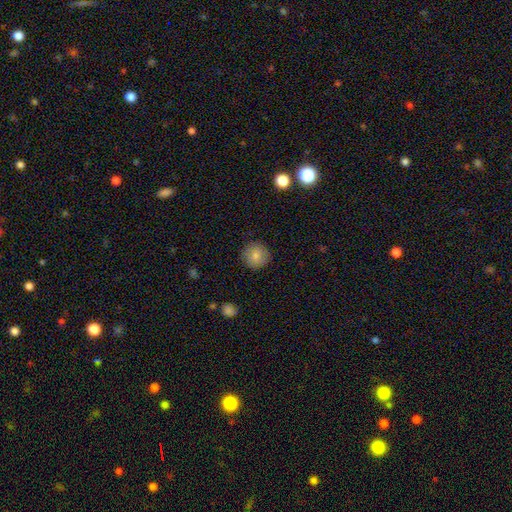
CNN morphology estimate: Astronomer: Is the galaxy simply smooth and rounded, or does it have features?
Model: smooth — 84%.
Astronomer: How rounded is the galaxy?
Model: round — 93%.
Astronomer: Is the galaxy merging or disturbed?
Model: none — 89%.